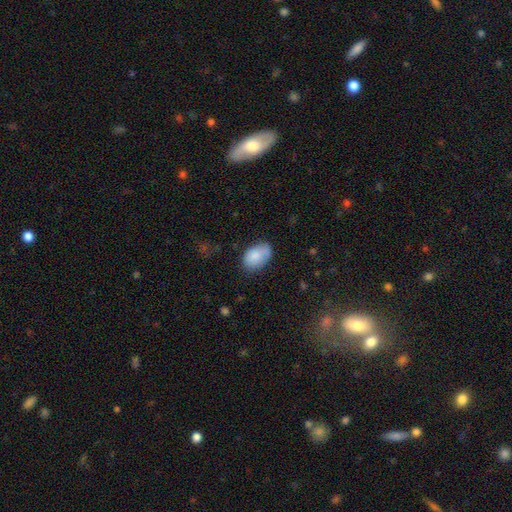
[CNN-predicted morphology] smooth-or-featured: smooth: 84% | featured or disk: 9% | star or artifact: 7%
  how-rounded: in between: 90% | round: 9% | cigar-shaped: 1%
  merging: none: 66% | minor disturbance: 25% | major disturbance: 6% | merger: 2%